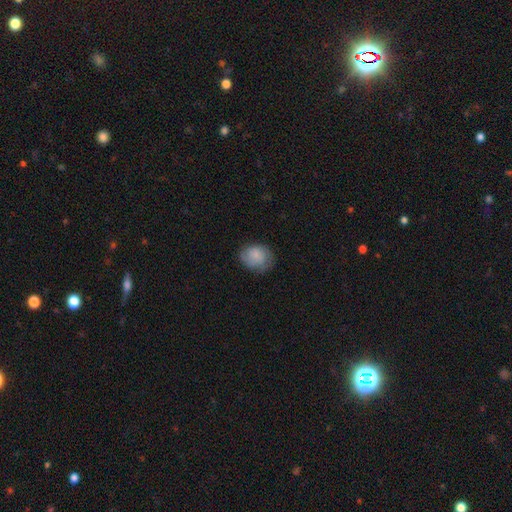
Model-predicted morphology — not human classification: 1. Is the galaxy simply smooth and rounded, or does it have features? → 76% smooth, 17% featured or disk, 7% star or artifact.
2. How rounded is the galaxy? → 56% round, 43% in between, 1% cigar-shaped.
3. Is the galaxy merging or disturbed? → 70% none, 22% minor disturbance, 7% major disturbance, 1% merger.